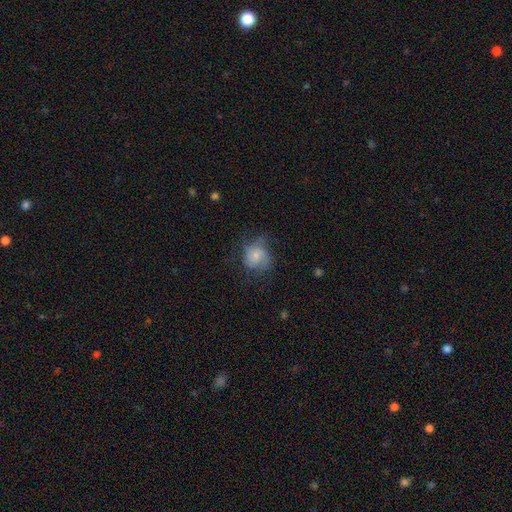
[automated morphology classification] smooth_or_featured: smooth (p=0.52) [alt: featured or disk p=0.38]
how_rounded: round (p=0.74) [alt: in between p=0.25]
merging: none (p=0.47) [alt: minor disturbance p=0.28]